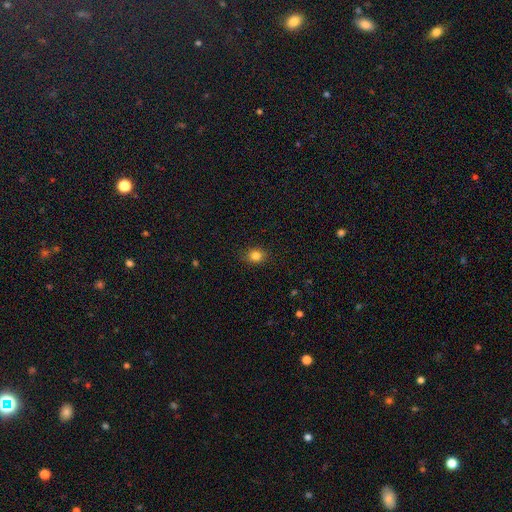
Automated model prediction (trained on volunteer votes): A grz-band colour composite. It shows a smooth galaxy with no disk features (82%) that is round (61%). Merging: none (87%).